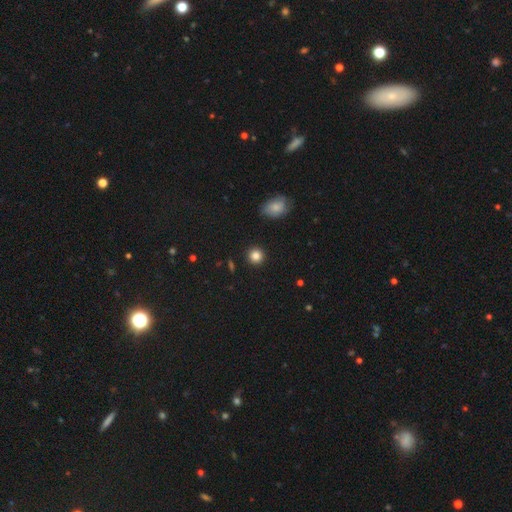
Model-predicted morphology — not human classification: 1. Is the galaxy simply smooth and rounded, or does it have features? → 85% smooth, 11% star or artifact, 5% featured or disk.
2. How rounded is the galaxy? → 92% round, 7% in between, 1% cigar-shaped.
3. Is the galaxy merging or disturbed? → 91% none, 5% minor disturbance, 2% major disturbance, 1% merger.